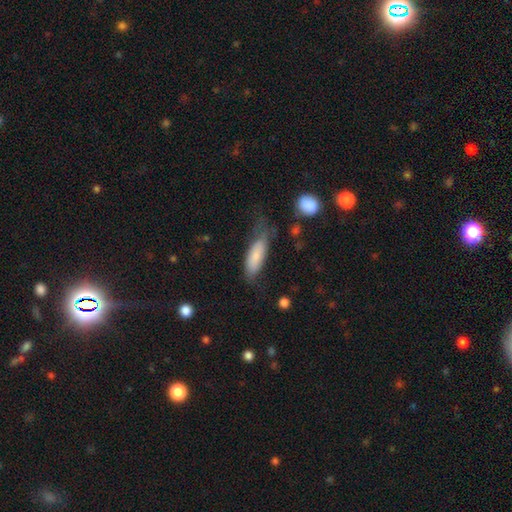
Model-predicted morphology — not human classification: A smooth galaxy with no disk features (74%) that is in between round and cigar-shaped (61%).

Vote fractions:
- Smooth or featured? smooth: 74% / featured or disk: 20% / star or artifact: 6%
- How rounded? in between: 61% / cigar-shaped: 37% / round: 2%
- Merging? none: 43% / minor disturbance: 31% / major disturbance: 22% / merger: 4%